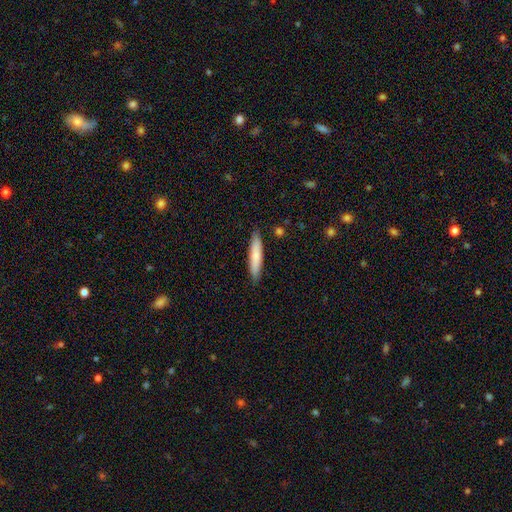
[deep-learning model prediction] smooth_or_featured: smooth (p=0.76) [alt: featured or disk p=0.19]
how_rounded: cigar-shaped (p=0.89) [alt: in between p=0.10]
merging: none (p=0.90) [alt: minor disturbance p=0.08]